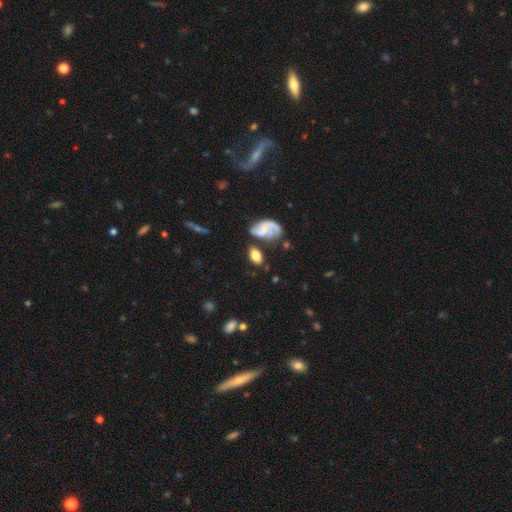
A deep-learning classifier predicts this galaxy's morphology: This is likely a smooth galaxy (67%). How rounded: clearly in between (85%). Merging: possibly none (58%).